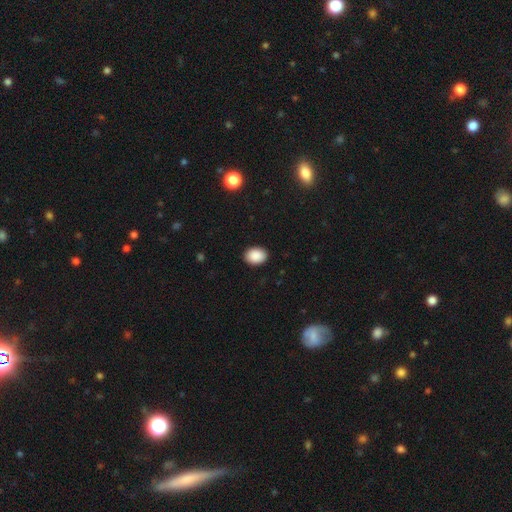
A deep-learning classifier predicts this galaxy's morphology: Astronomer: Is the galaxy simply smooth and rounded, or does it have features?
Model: smooth — 90%.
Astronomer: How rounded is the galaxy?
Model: in between — 67%.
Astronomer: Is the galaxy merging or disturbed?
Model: none — 90%.